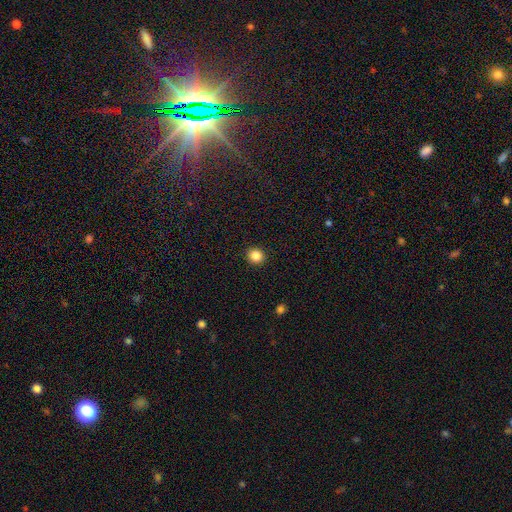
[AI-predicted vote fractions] Q: Smooth or featured?
A: smooth (85%); runner-up: star or artifact (11%)
Q: How rounded?
A: round (89%); runner-up: in between (10%)
Q: Merging?
A: none (93%); runner-up: minor disturbance (5%)